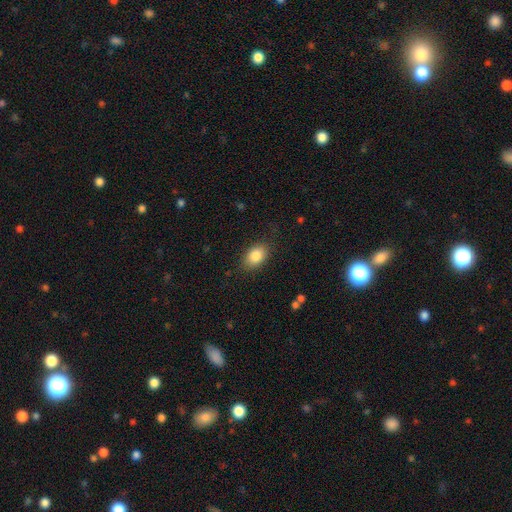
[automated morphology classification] Smooth or featured?
  - smooth: 85% *
  - featured or disk: 8%
  - star or artifact: 8%
How rounded?
  - in between: 84% *
  - round: 15%
  - cigar-shaped: 1%
Merging?
  - none: 82% *
  - minor disturbance: 13%
  - major disturbance: 4%
  - merger: 1%